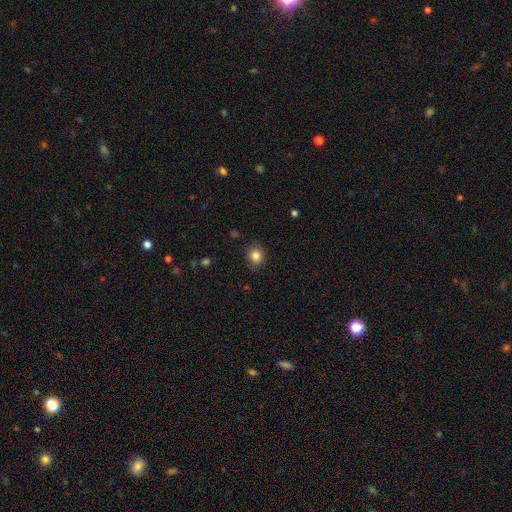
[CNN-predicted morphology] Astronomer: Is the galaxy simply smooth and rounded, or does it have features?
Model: smooth — 85%.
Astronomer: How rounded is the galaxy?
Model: round — 76%.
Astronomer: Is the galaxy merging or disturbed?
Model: none — 87%.